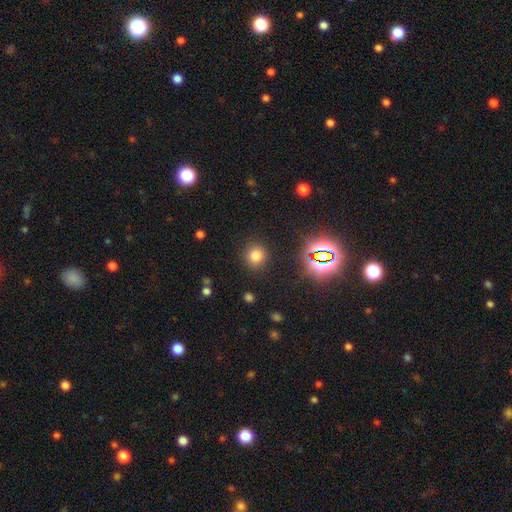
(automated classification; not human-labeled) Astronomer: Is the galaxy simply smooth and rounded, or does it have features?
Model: smooth — 75%.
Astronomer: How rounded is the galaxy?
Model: round — 90%.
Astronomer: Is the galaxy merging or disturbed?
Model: none — 89%.